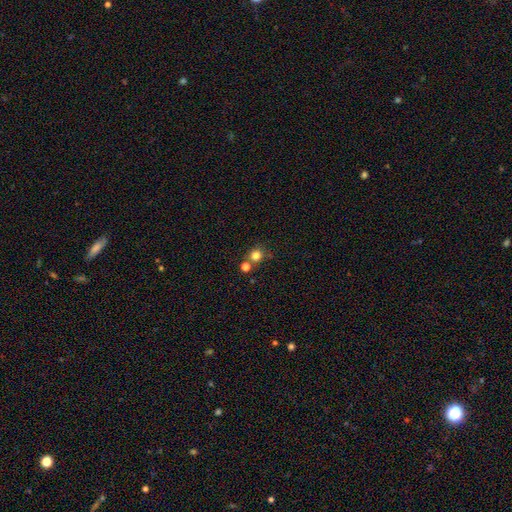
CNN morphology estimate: Smooth or featured?
  - smooth: 80% *
  - star or artifact: 14%
  - featured or disk: 6%
How rounded?
  - round: 89% *
  - in between: 10%
  - cigar-shaped: 1%
Merging?
  - none: 68% *
  - merger: 21%
  - minor disturbance: 8%
  - major disturbance: 3%